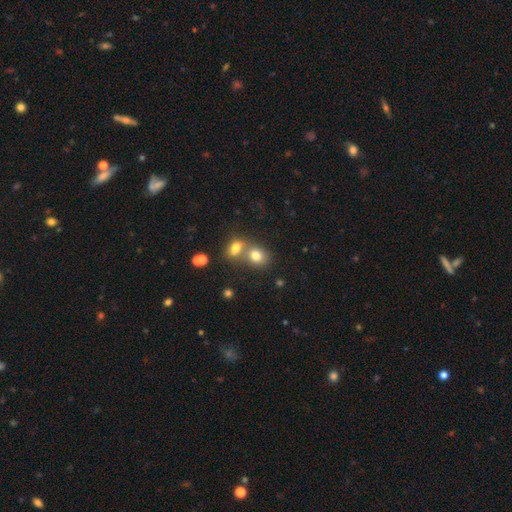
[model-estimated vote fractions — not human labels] smooth 77%, star or artifact 13%, featured or disk 10%. Down the decision tree: how rounded — round (57%); merging — merger (47%).